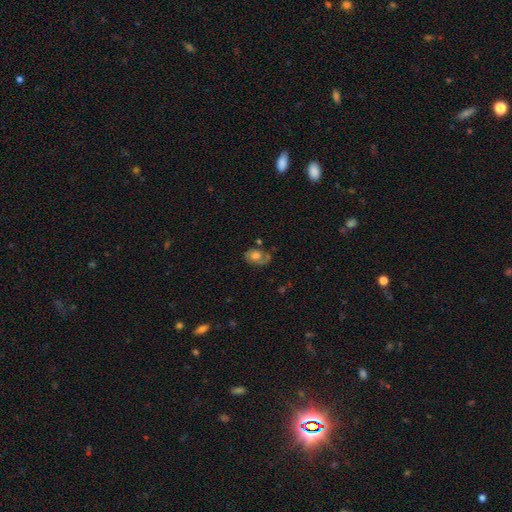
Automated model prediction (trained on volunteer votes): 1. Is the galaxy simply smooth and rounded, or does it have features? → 46% featured or disk, 44% smooth, 10% star or artifact.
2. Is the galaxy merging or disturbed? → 49% none, 26% minor disturbance, 18% major disturbance, 6% merger.